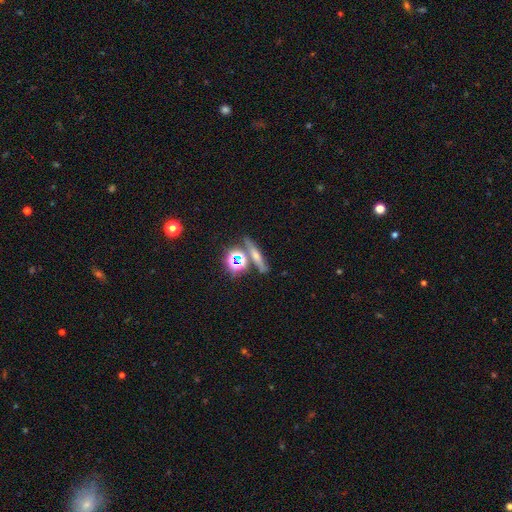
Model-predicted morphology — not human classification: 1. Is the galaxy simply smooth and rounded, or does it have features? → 40% featured or disk, 32% smooth, 27% star or artifact.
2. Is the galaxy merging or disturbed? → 75% none, 12% merger, 9% minor disturbance, 4% major disturbance.